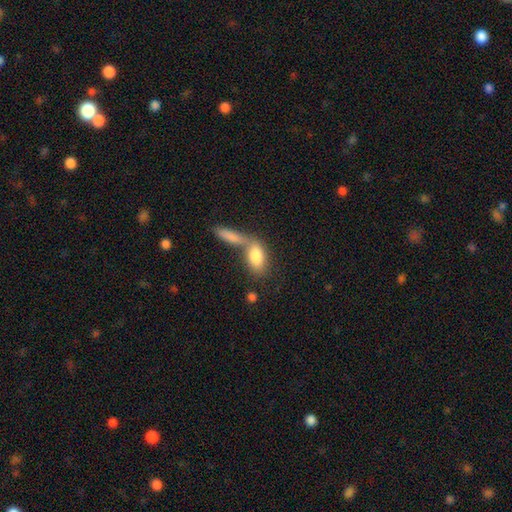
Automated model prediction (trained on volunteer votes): A smooth galaxy with no disk features (80%) that is in between round and cigar-shaped (83%). Merging: merger (50%).